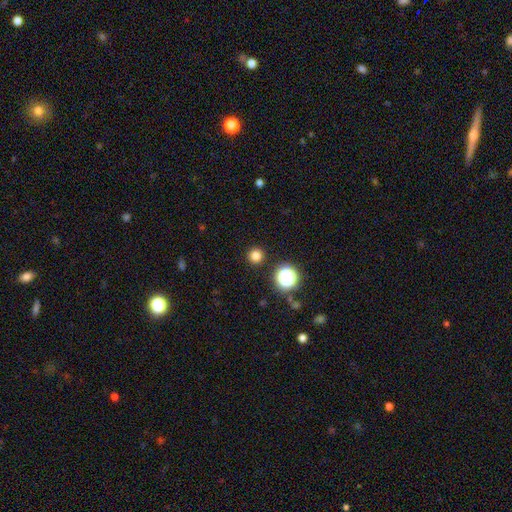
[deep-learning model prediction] This is likely a smooth galaxy (78%). How rounded: clearly round (96%). Merging: clearly none (92%).